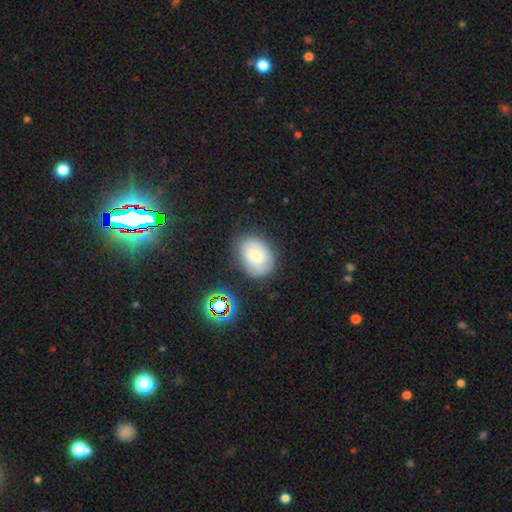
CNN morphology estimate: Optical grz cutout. It shows a smooth galaxy with no disk features (65%) that is in between round and cigar-shaped (67%). Merging: none (75%).